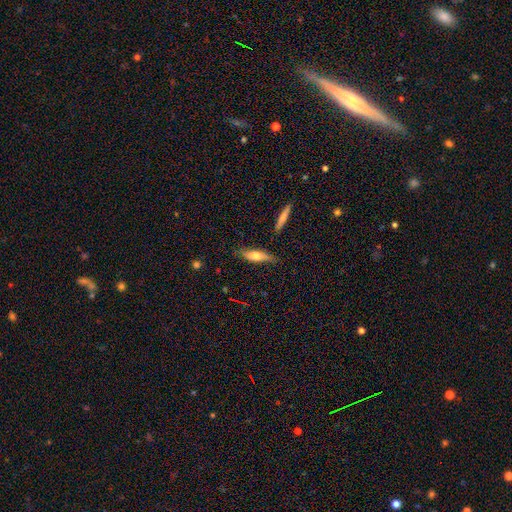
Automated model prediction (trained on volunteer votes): Q: Smooth or featured?
A: smooth (61%); runner-up: featured or disk (32%)
Q: How rounded?
A: cigar-shaped (53%); runner-up: in between (44%)
Q: Merging?
A: none (75%); runner-up: minor disturbance (19%)